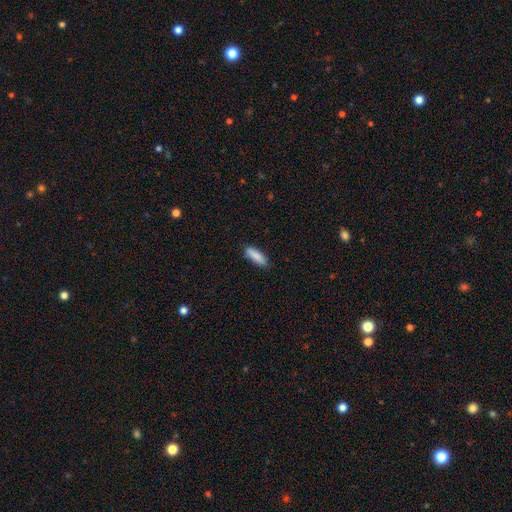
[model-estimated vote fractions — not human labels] smooth_or_featured: smooth (p=0.88) [alt: star or artifact p=0.06]
how_rounded: in between (p=0.50) [alt: cigar-shaped p=0.49]
merging: none (p=0.85) [alt: minor disturbance p=0.12]